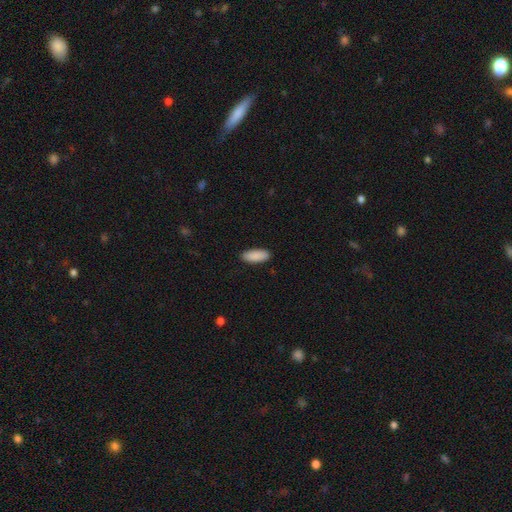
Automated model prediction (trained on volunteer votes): This appears to be a smooth galaxy with no disk features (91%) that is in between round and cigar-shaped (81%). Merging: none (90%).